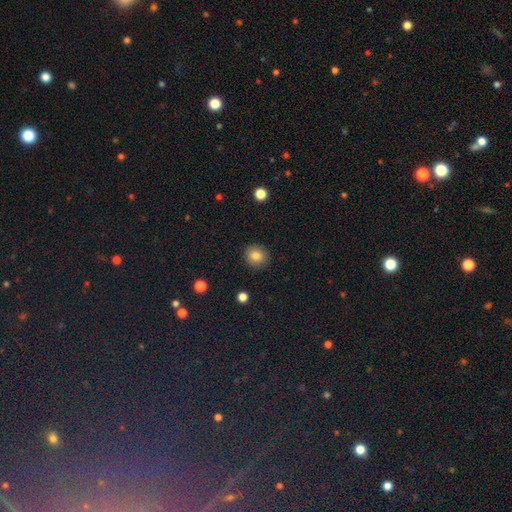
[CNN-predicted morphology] This appears to be a smooth galaxy with no disk features (83%) that is round (89%). Merging: none (91%).